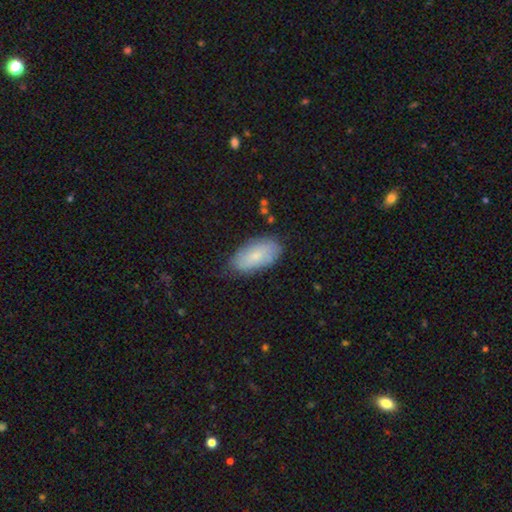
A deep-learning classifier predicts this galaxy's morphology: This appears to be a smooth galaxy with no disk features (70%) that is in between round and cigar-shaped (91%). Merging: none (77%).